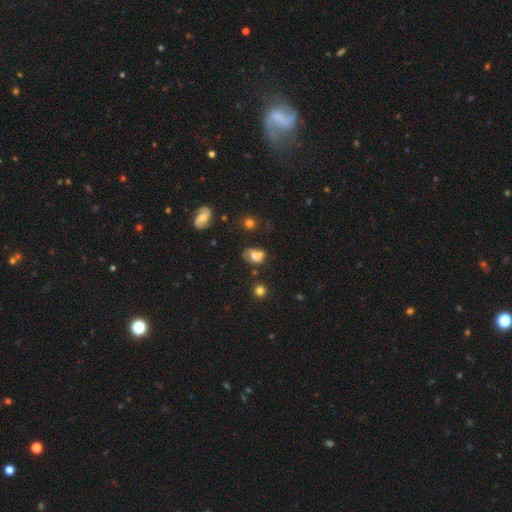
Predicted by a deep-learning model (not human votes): Q: Smooth or featured?
A: smooth (53%); runner-up: featured or disk (34%)
Q: How rounded?
A: in between (66%); runner-up: round (33%)
Q: Merging?
A: none (46%); runner-up: minor disturbance (27%)